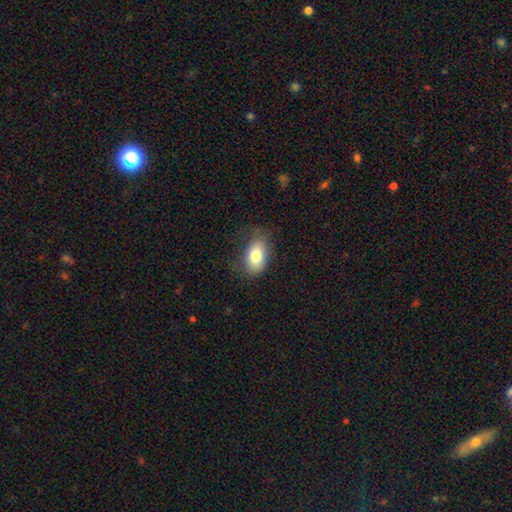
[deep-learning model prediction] This is likely a smooth galaxy (80%). How rounded: clearly in between (89%). Merging: likely none (69%).